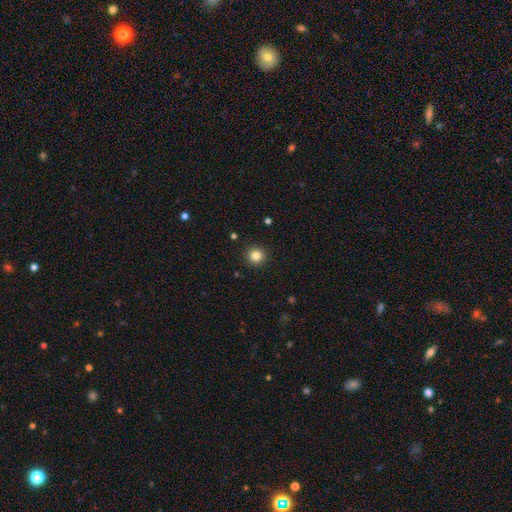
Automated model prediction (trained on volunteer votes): A smooth galaxy with no disk features (83%) that is round (95%).

Vote fractions:
- Smooth or featured? smooth: 83% / star or artifact: 12% / featured or disk: 5%
- How rounded? round: 95% / in between: 4% / cigar-shaped: 1%
- Merging? none: 93% / minor disturbance: 5% / major disturbance: 2% / merger: 1%